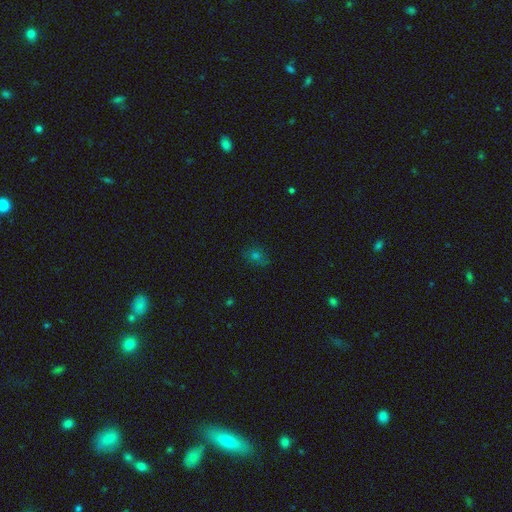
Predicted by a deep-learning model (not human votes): Q: Smooth or featured?
A: smooth (55%); runner-up: star or artifact (33%)
Q: How rounded?
A: round (62%); runner-up: in between (36%)
Q: Merging?
A: none (74%); runner-up: minor disturbance (18%)